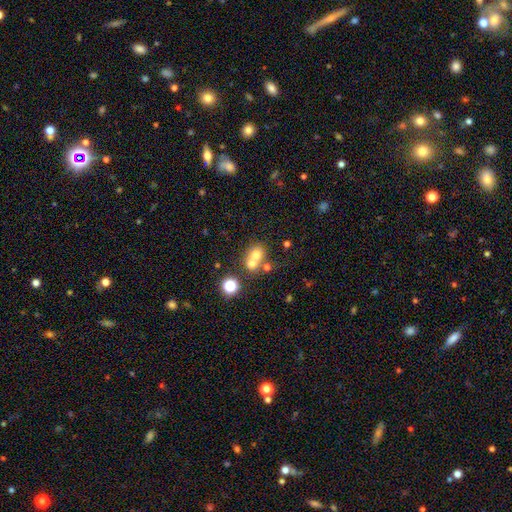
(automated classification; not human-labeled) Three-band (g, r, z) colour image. It shows a smooth galaxy with no disk features (66%) that is round (70%). Merging: merger (57%).